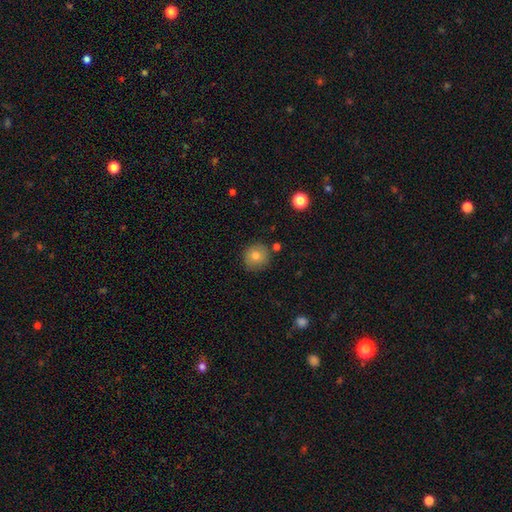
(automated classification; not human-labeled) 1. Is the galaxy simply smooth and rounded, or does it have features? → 77% smooth, 12% featured or disk, 11% star or artifact.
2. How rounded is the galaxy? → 91% round, 8% in between, 1% cigar-shaped.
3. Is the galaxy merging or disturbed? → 83% none, 11% minor disturbance, 3% merger, 2% major disturbance.